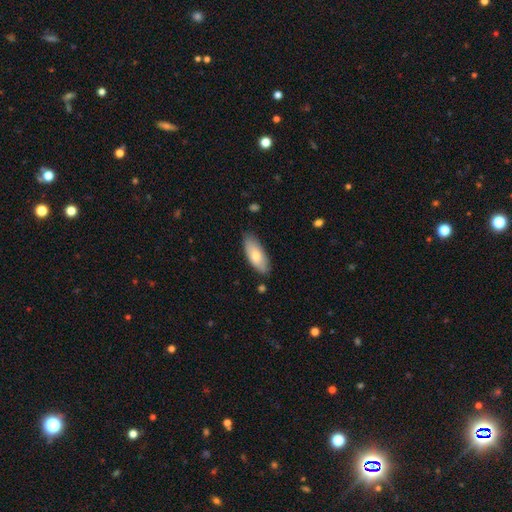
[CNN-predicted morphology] Smooth or featured?
  - smooth: 73% *
  - featured or disk: 21%
  - star or artifact: 6%
How rounded?
  - in between: 78% *
  - cigar-shaped: 20%
  - round: 2%
Merging?
  - none: 81% *
  - minor disturbance: 15%
  - major disturbance: 2%
  - merger: 2%